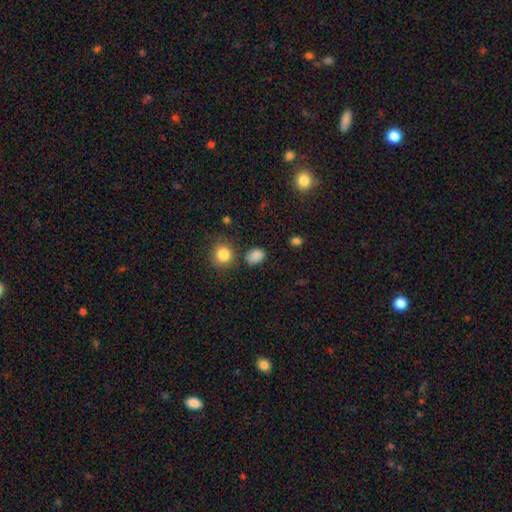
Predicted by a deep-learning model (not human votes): Smooth or featured? Predicted: smooth (p=0.84). How rounded? Predicted: in between (p=0.66). Merging? Predicted: none (p=0.75).